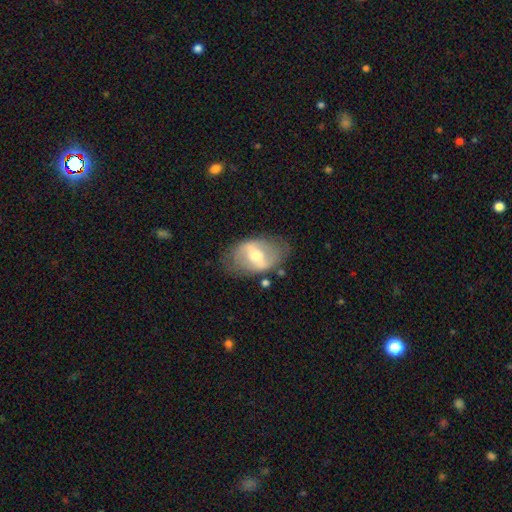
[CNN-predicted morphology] Smooth or featured: featured or disk — 62% (smooth — 31%)
Edge-on disk: no — 90% (yes — 10%)
Bar: strong — 52% (weak — 34%)
Spiral arms: no — 63% (yes — 37%)
Bulge size: moderate — 68% (small — 16%)
Merging: none — 69% (minor disturbance — 19%)